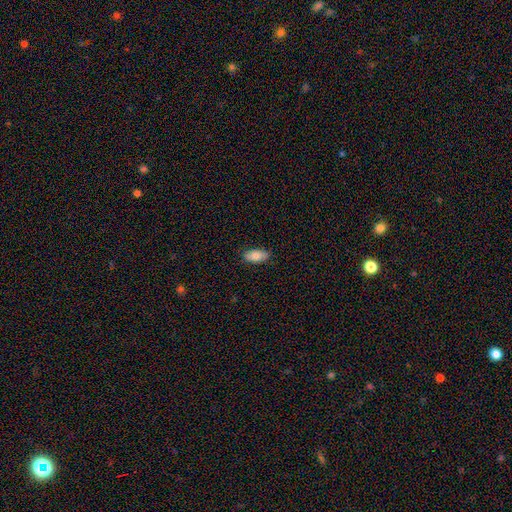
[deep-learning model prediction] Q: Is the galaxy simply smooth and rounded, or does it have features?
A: smooth — 78%.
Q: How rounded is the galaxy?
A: in between — 91%.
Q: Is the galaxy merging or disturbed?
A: none — 86%.